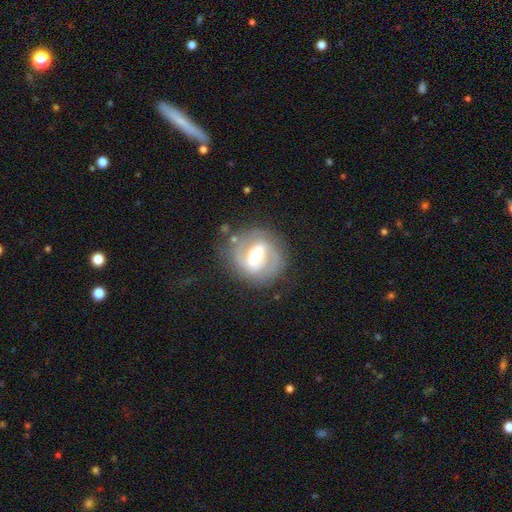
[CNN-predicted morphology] type=featured or disk (79%); edge-on=no (96%); bar=strong (48%); spiral arms=yes (84%); winding=tight (47%); arm count=2 (78%); bulge=moderate (66%); merging=none (77%).